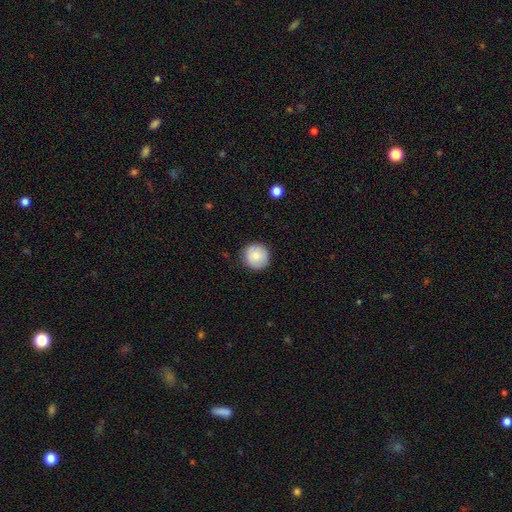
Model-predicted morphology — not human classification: smooth-or-featured: smooth: 83% | featured or disk: 10% | star or artifact: 7%
  how-rounded: round: 94% | in between: 6% | cigar-shaped: 1%
  merging: none: 88% | minor disturbance: 9% | major disturbance: 2% | merger: 1%